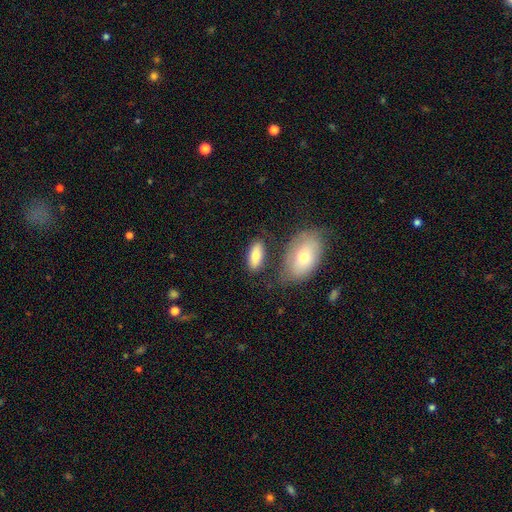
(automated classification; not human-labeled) Overall: smooth (80%). How rounded: in between (85%). Merging: none (71%).